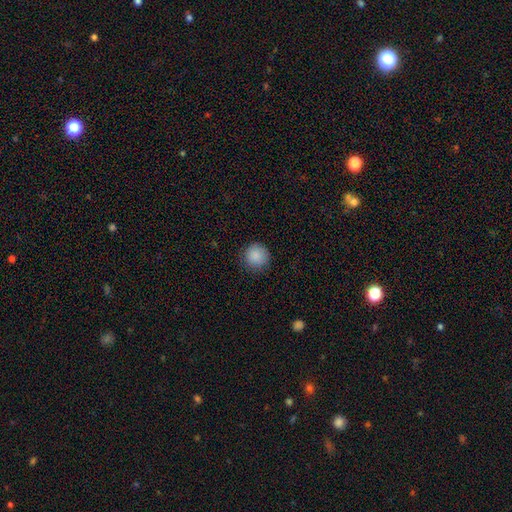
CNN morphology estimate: type=smooth (88%); roundness=round (95%); merging=none (88%).